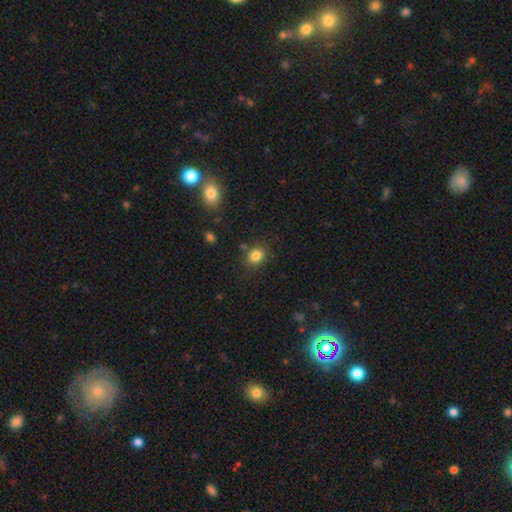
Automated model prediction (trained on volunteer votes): Morphology: type=smooth (83%); roundness=round (52%); merging=none (79%).